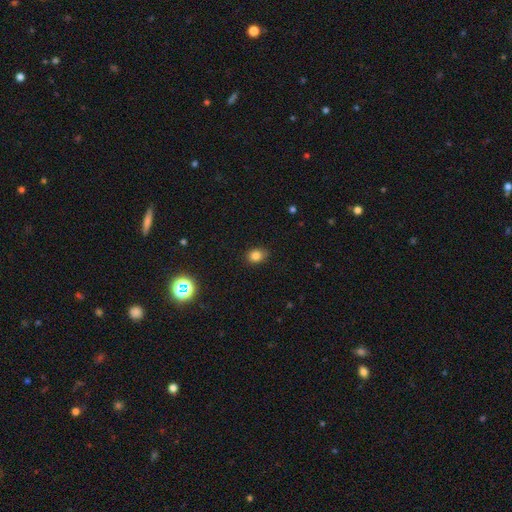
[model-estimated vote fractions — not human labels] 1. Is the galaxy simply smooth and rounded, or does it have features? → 81% smooth, 13% star or artifact, 5% featured or disk.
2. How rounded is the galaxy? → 51% round, 48% in between, 1% cigar-shaped.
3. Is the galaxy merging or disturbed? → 81% none, 15% minor disturbance, 3% major disturbance, 1% merger.